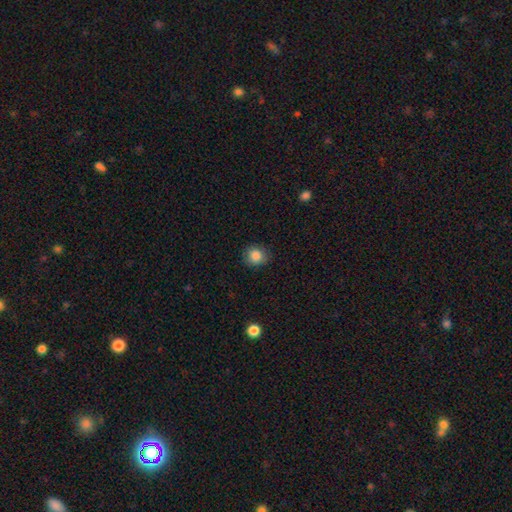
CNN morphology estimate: Q: Smooth or featured?
A: smooth (86%); runner-up: star or artifact (10%)
Q: How rounded?
A: round (82%); runner-up: in between (17%)
Q: Merging?
A: none (84%); runner-up: minor disturbance (12%)